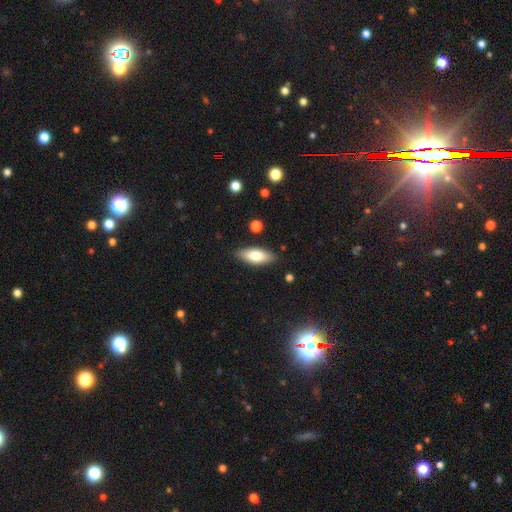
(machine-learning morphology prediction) type=smooth (73%); roundness=in between (72%); merging=none (86%).